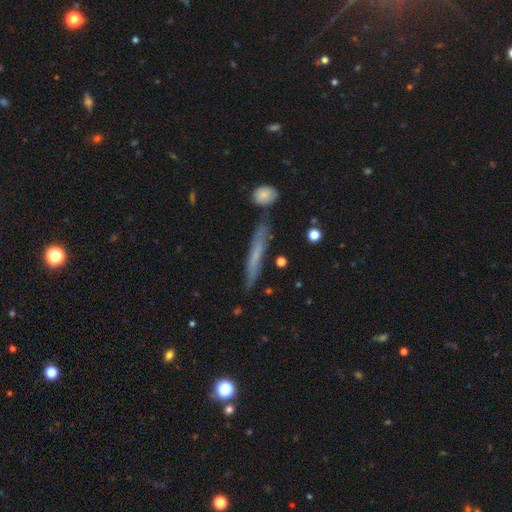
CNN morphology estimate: A smooth galaxy with no disk features (55%) that is cigar-shaped (93%). Merging: none (79%).